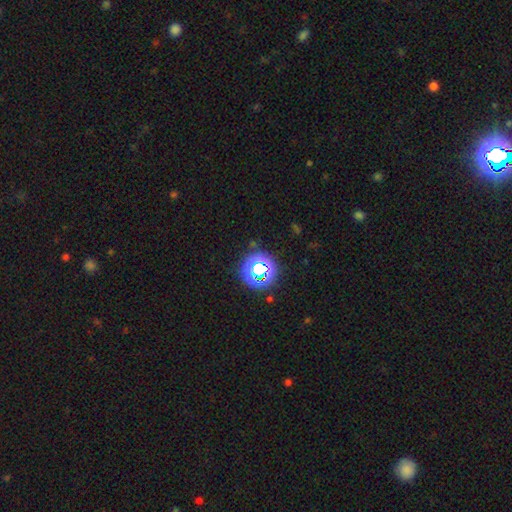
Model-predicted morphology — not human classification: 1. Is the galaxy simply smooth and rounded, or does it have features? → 66% star or artifact, 28% smooth, 6% featured or disk.